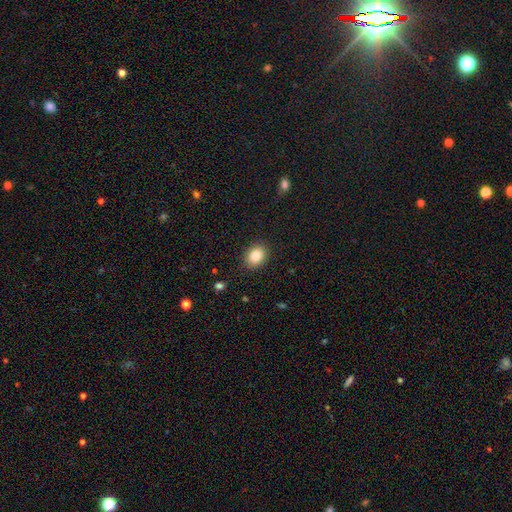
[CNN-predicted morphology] Overall: smooth (85%). How rounded: in between (58%; round 41%). Merging: none (88%).